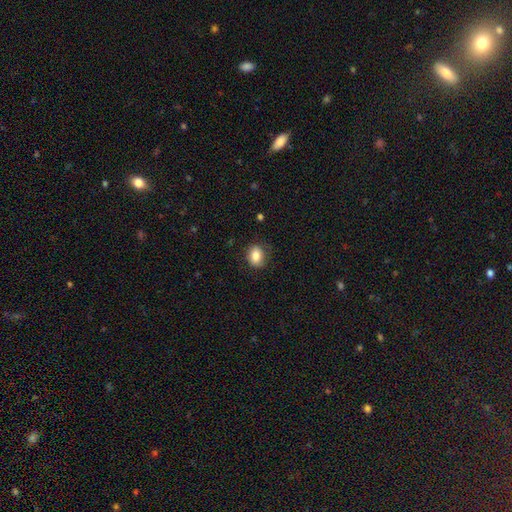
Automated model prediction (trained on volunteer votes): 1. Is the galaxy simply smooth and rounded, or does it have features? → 83% smooth, 9% featured or disk, 8% star or artifact.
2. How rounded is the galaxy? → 63% in between, 36% round, 1% cigar-shaped.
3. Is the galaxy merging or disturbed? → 78% none, 16% minor disturbance, 4% major disturbance, 1% merger.